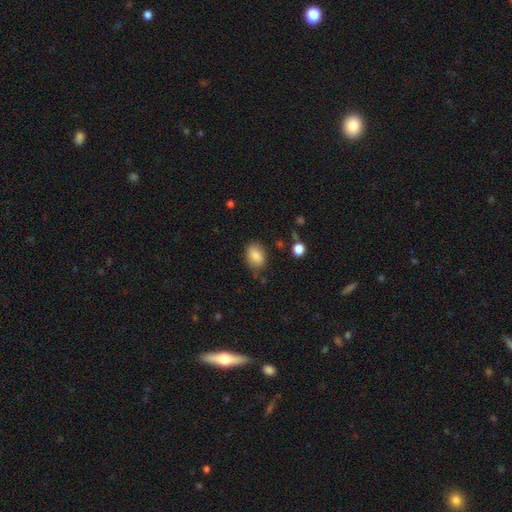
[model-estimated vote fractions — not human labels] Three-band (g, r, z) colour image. It shows a smooth galaxy with no disk features (85%) that is in between round and cigar-shaped (76%). Merging: none (78%).